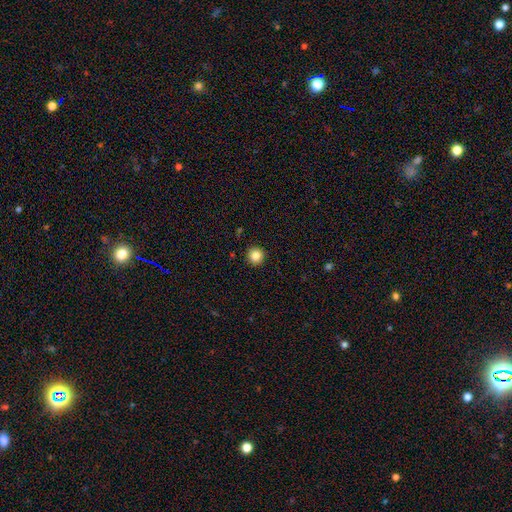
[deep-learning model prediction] This appears to be a smooth galaxy with no disk features (85%) that is round (96%). Merging: none (93%).